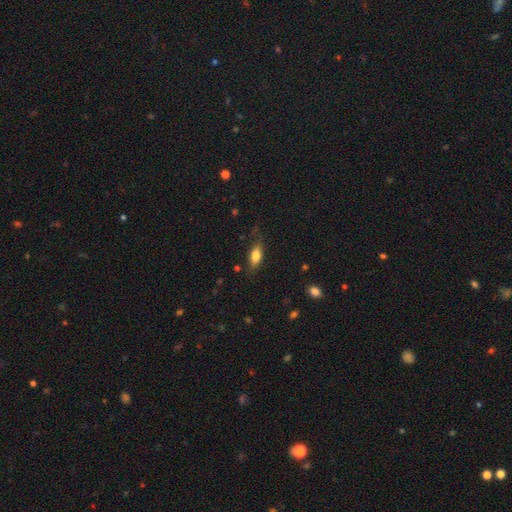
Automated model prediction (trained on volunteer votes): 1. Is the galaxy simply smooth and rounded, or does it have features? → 78% smooth, 15% featured or disk, 8% star or artifact.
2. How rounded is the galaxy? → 79% in between, 17% cigar-shaped, 4% round.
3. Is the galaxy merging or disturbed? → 76% none, 18% minor disturbance, 5% major disturbance, 1% merger.